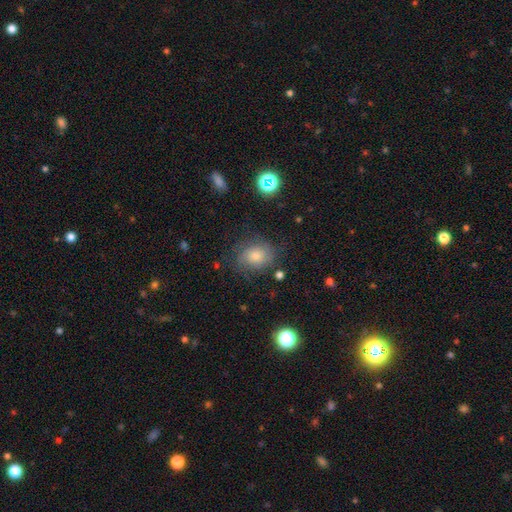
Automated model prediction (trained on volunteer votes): This appears to be a smooth galaxy with no disk features (52%) that is round (54%). Merging: none (73%).